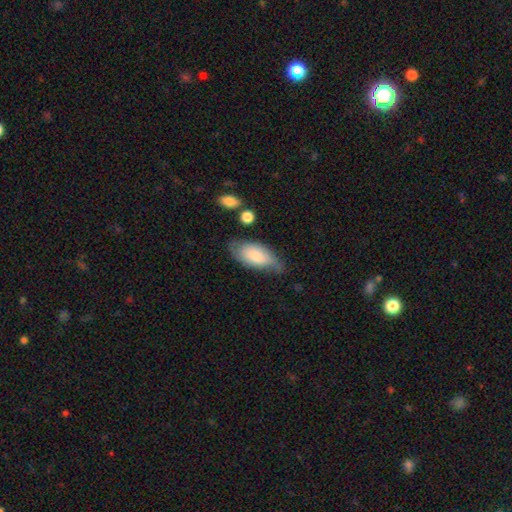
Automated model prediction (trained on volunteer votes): smooth-or-featured: smooth: 70% | featured or disk: 24% | star or artifact: 6%
  how-rounded: in between: 90% | cigar-shaped: 7% | round: 3%
  merging: none: 55% | minor disturbance: 32% | major disturbance: 10% | merger: 4%